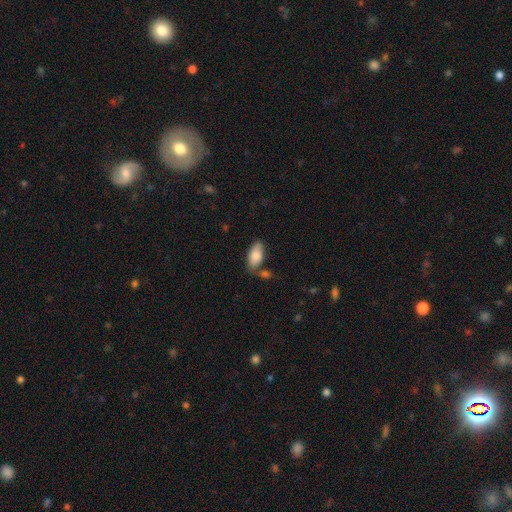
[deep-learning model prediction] Overall: smooth (83%). How rounded: in between (93%). Merging: none (63%).